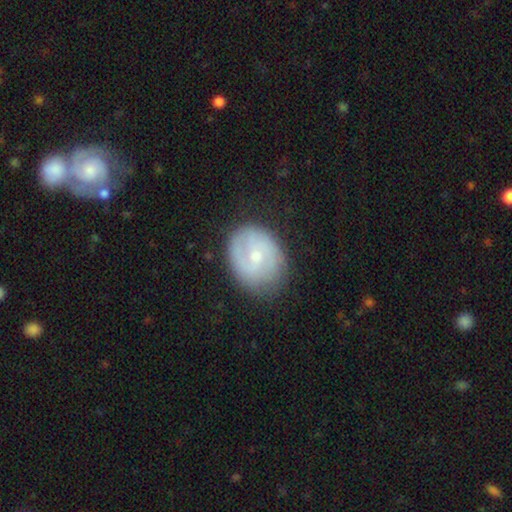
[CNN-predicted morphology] Smooth or featured? featured or disk (67%)
Edge-on disk? no (97%)
Bar? no (57%)
Spiral arms? yes (85%)
Spiral winding? tight (44%)
Spiral arm count? 2 (58%)
Bulge size? small (58%)
Merging? none (77%)